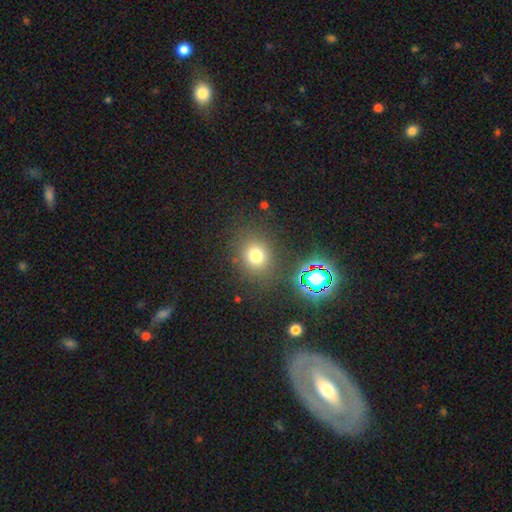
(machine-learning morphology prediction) Smooth or featured: smooth — 72% (star or artifact — 20%)
How rounded: round — 77% (in between — 22%)
Merging: none — 82% (minor disturbance — 9%)